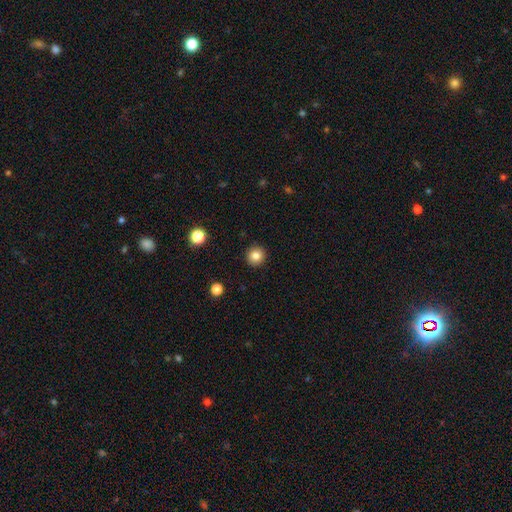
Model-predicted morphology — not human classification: A smooth galaxy with no disk features (83%) that is round (94%). Merging: none (92%).